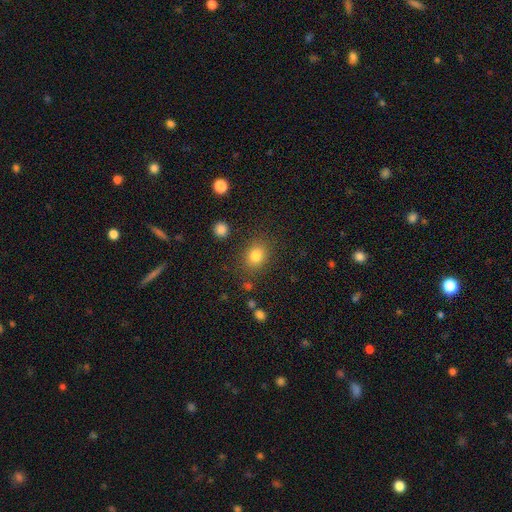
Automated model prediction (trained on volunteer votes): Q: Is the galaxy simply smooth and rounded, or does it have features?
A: smooth — 82%.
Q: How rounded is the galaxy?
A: round — 55%.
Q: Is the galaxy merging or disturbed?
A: none — 82%.